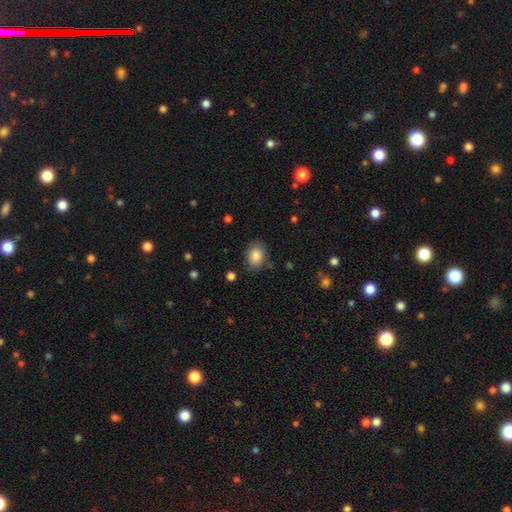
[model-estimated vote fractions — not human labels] Morphology: type=smooth (85%); roundness=in between (67%); merging=none (82%).